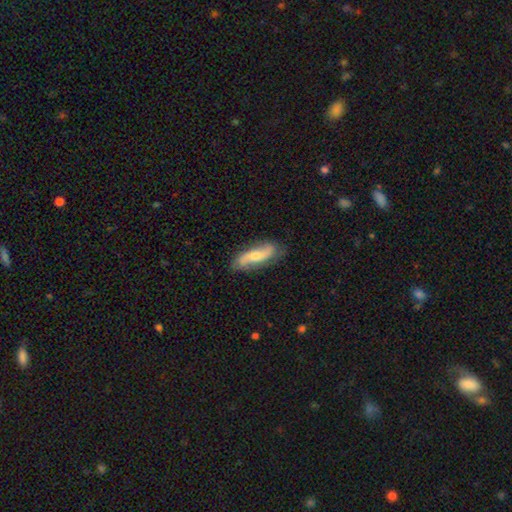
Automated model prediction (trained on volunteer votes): Smooth or featured?
  - featured or disk: 63% *
  - smooth: 30%
  - star or artifact: 6%
Edge-on disk?
  - no: 86% *
  - yes: 14%
Bar?
  - no: 55% *
  - weak: 34%
  - strong: 11%
Spiral arms?
  - yes: 92% *
  - no: 8%
Spiral winding?
  - loose: 65% *
  - medium: 25%
  - tight: 10%
Spiral arm count?
  - 2: 89% *
  - can't tell: 5%
  - 1: 2%
  - 3: 1%
  - 4: 1%
  - more than 4: 1%
Bulge size?
  - moderate: 48% *
  - small: 42%
  - none: 5%
  - large: 4%
  - dominant: 1%
Merging?
  - none: 79% *
  - minor disturbance: 15%
  - major disturbance: 4%
  - merger: 1%